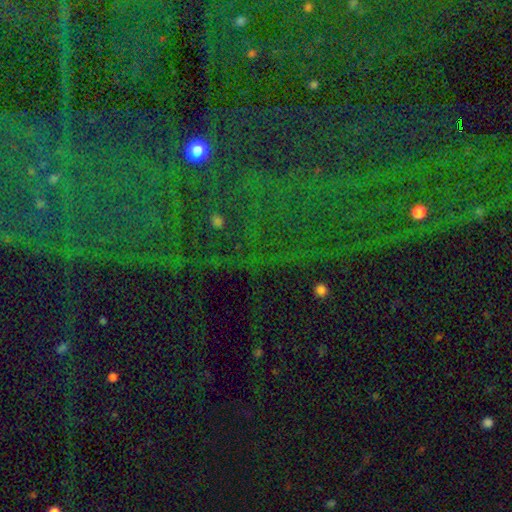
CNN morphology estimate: Smooth or featured?
  - star or artifact: 78% *
  - smooth: 13%
  - featured or disk: 9%